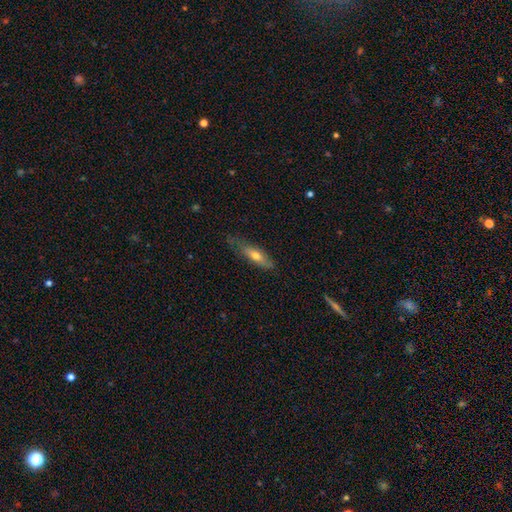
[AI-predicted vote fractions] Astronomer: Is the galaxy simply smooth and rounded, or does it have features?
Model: smooth — 53% (runner-up: featured or disk, 40%).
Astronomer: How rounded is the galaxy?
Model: cigar-shaped — 66%.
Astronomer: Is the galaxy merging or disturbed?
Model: none — 63%.